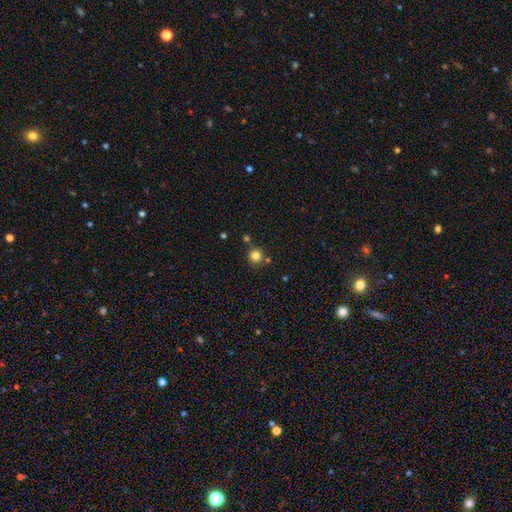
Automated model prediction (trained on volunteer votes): A smooth galaxy with no disk features (82%) that is round (94%). Merging: none (81%).